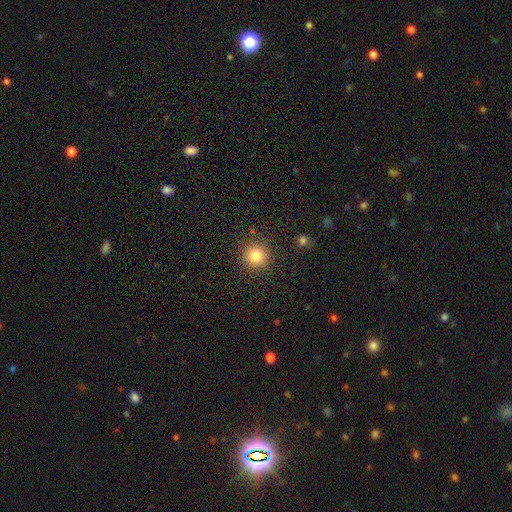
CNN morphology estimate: The model was most divided on "smooth or featured": smooth: 82%, star or artifact: 12%, featured or disk: 7%. More confident: how rounded — round (94%); merging — none (89%).